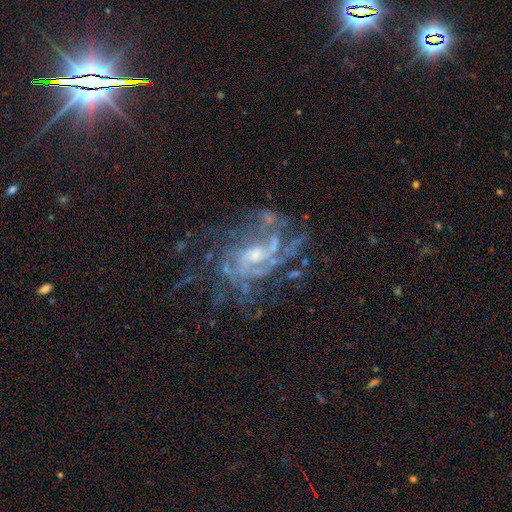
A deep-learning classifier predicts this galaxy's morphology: smooth-or-featured: featured or disk: 85% | star or artifact: 9% | smooth: 6%
  disk-edge-on: no: 97% | yes: 3%
    bar: no: 56% | weak: 35% | strong: 9%
    has-spiral-arms: yes: 88% | no: 12%
      spiral-winding: tight: 43% | medium: 40% | loose: 17%
      spiral-arm-count: can't tell: 40% | 3: 16% | 2: 15% | 4: 14% | more than 4: 8% | 1: 6%
    bulge-size: small: 45% (tied) | moderate: 45% (tied) | none: 5% | large: 3% | dominant: 1%
  merging: none: 54% | major disturbance: 23% | minor disturbance: 19% | merger: 4%